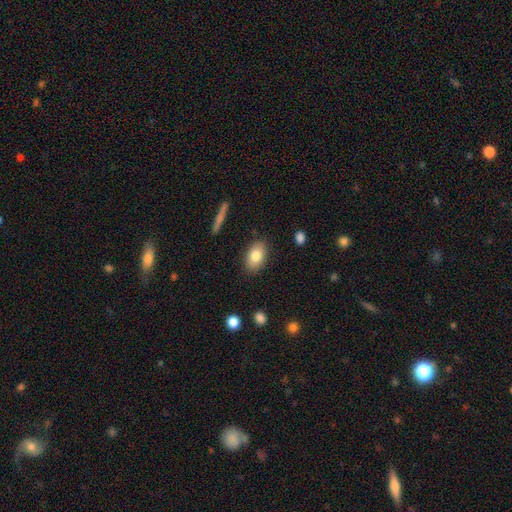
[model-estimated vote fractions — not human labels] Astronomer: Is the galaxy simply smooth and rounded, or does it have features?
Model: smooth — 80%.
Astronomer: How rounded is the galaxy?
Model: in between — 89%.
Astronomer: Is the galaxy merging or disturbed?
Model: none — 87%.